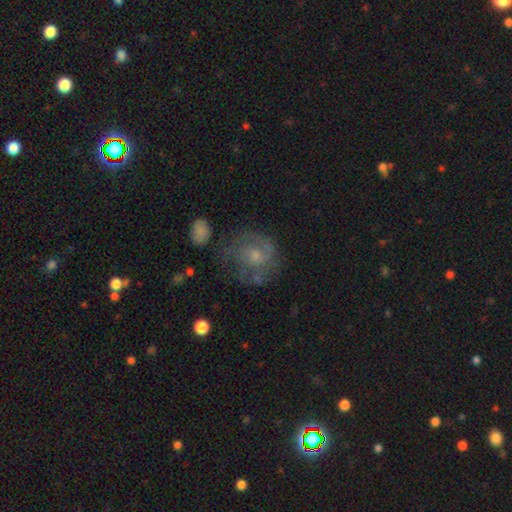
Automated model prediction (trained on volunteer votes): Overall: featured or disk (64%; smooth 27%). Edge-on disk: no (98%). Bar: no (74%). Spiral arms: yes (81%). Spiral arm count: 2 (38%; can't tell 33%). Spiral winding: tight (43%; medium 41%). Bulge size: small (47%; moderate 42%). Merging: none (60%; minor disturbance 21%).